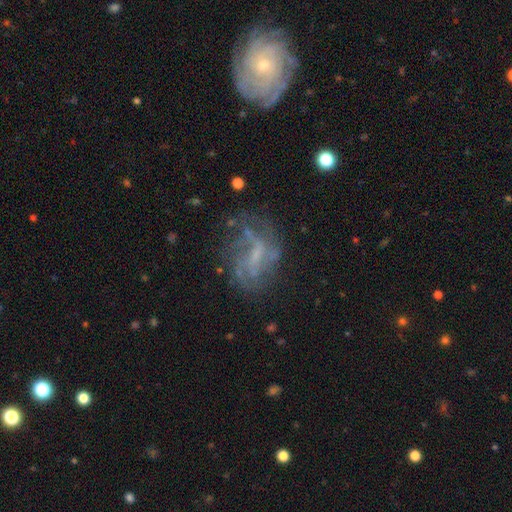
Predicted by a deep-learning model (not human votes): smooth-or-featured: featured or disk: 70% | smooth: 17% | star or artifact: 13%
  disk-edge-on: no: 96% | yes: 4%
    bar: weak: 47% | no: 33% | strong: 20%
    has-spiral-arms: yes: 72% | no: 28%
    bulge-size: none: 44% | small: 36% | moderate: 17% | large: 2% | dominant: 1%
  merging: none: 54% | major disturbance: 22% | minor disturbance: 20% | merger: 4%